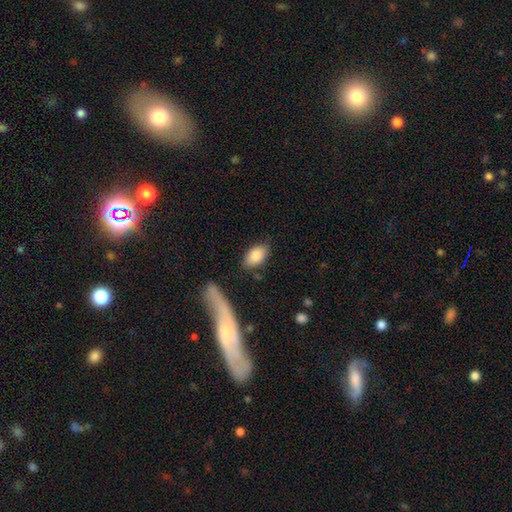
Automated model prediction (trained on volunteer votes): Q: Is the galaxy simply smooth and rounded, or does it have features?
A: smooth — 87%.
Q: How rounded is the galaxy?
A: in between — 93%.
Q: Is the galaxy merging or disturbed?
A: none — 79%.